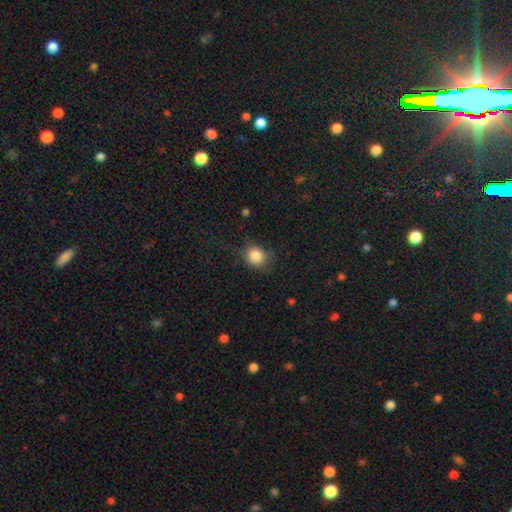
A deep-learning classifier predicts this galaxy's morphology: Smooth or featured? smooth (85%)
How rounded? round (79%)
Merging? none (73%)